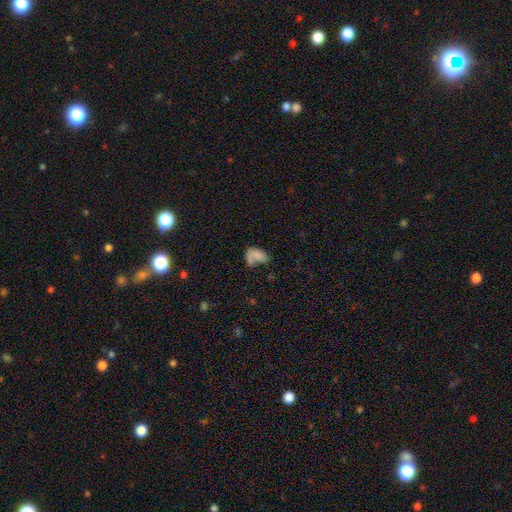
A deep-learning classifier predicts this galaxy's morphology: Smooth or featured: smooth — 69% (featured or disk — 19%)
How rounded: in between — 87% (round — 11%)
Merging: none — 31% (major disturbance — 28%)